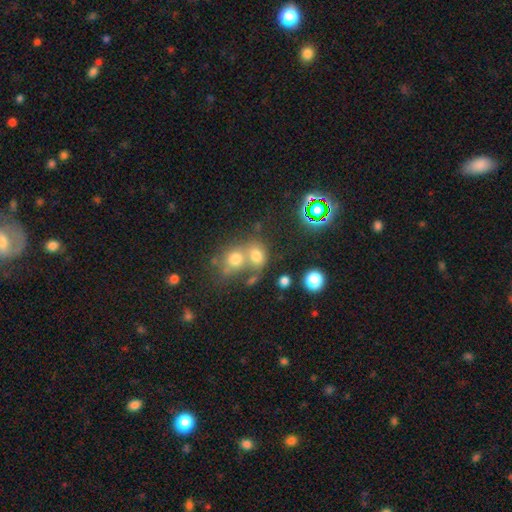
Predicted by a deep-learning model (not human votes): A smooth galaxy with no disk features (67%) that is round (63%).

Vote fractions:
- Smooth or featured? smooth: 67% / star or artifact: 20% / featured or disk: 13%
- How rounded? round: 63% / in between: 36% / cigar-shaped: 1%
- Merging? merger: 52% / none: 35% / minor disturbance: 8% / major disturbance: 5%